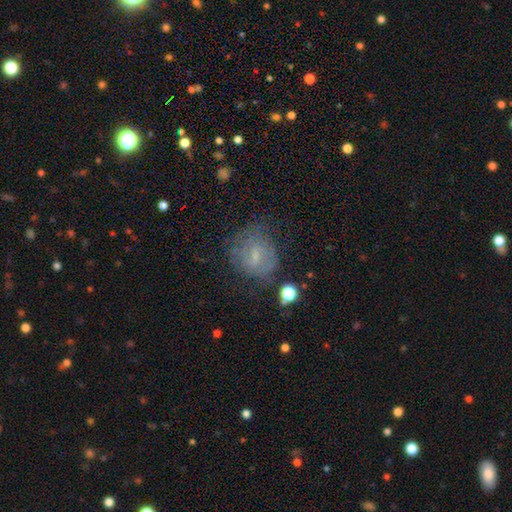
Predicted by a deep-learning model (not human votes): featured or disk 50%, smooth 37%, star or artifact 14%. Down the decision tree: merging — none (60%).